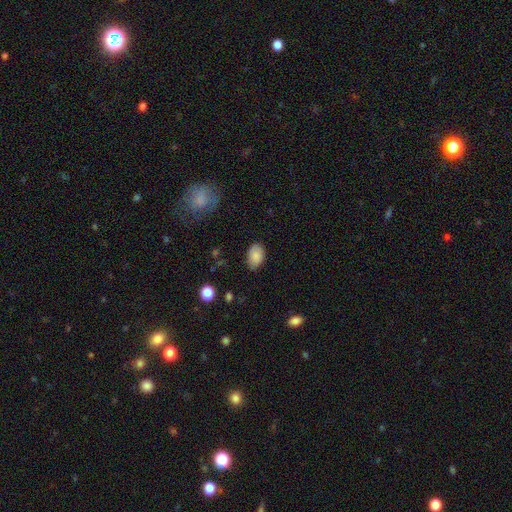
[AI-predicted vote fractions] The model was most divided on "merging": none: 78%, minor disturbance: 17%, major disturbance: 3%, merger: 1%. More confident: how rounded — in between (87%); smooth or featured — smooth (86%).